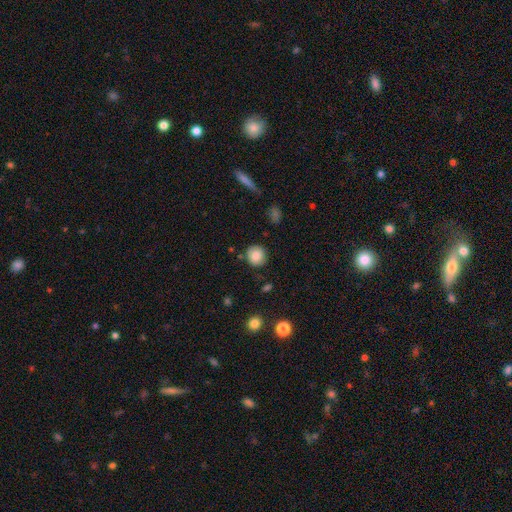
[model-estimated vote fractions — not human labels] Smooth or featured?
  - smooth: 83% *
  - star or artifact: 9%
  - featured or disk: 8%
How rounded?
  - round: 88% *
  - in between: 11%
  - cigar-shaped: 1%
Merging?
  - none: 83% *
  - minor disturbance: 12%
  - major disturbance: 3%
  - merger: 3%